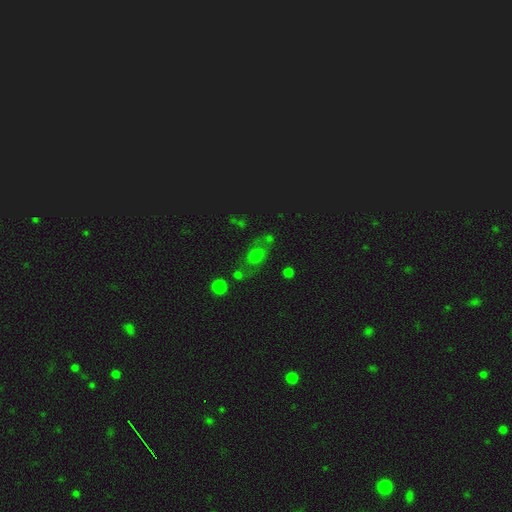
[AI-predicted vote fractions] smooth 57%, featured or disk 23%, star or artifact 19%. Down the decision tree: how rounded — in between (59%); merging — none (58%).